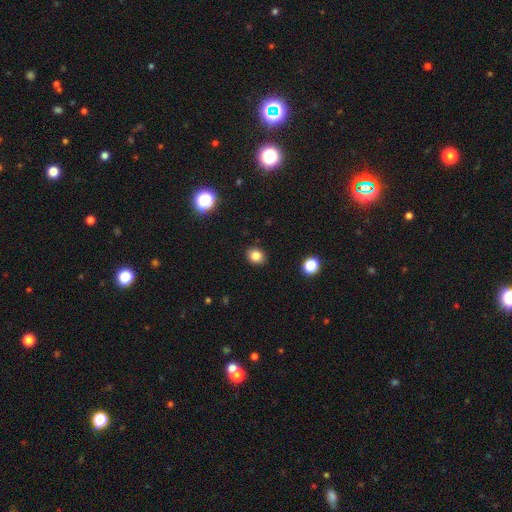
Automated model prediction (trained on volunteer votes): This appears to be a smooth galaxy with no disk features (83%) that is round (60%). Merging: none (90%).